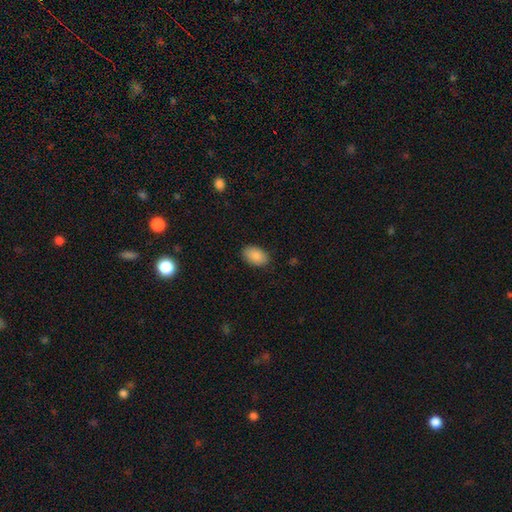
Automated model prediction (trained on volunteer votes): smooth_or_featured: smooth (p=0.88) [alt: star or artifact p=0.07]
how_rounded: in between (p=0.92) [alt: round p=0.07]
merging: none (p=0.86) [alt: minor disturbance p=0.10]